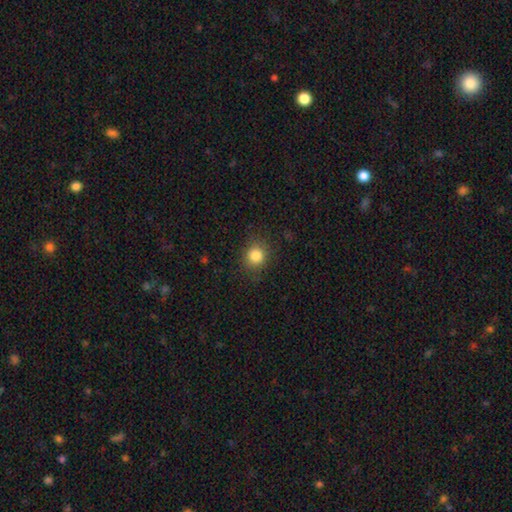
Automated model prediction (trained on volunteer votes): Smooth or featured? smooth (83%)
How rounded? round (84%)
Merging? none (86%)